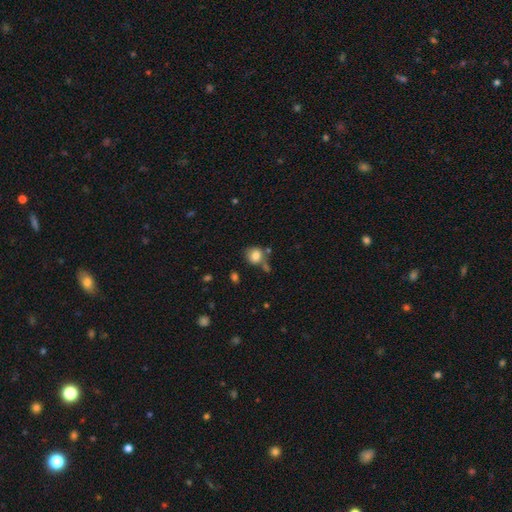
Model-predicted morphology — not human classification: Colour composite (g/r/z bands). It shows a smooth galaxy with no disk features (81%) that is round (69%). Merging: none (56%).